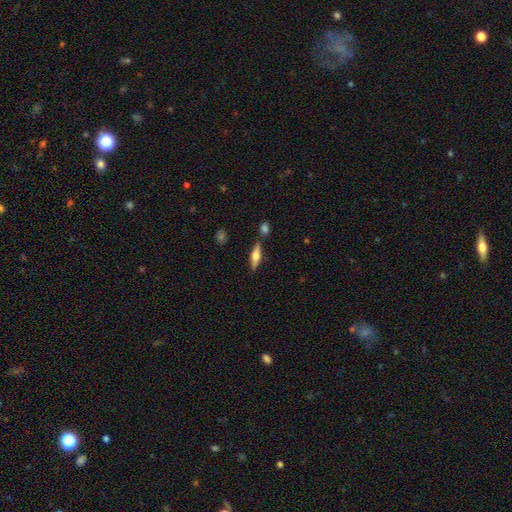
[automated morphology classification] type=featured or disk (55%); edge-on=yes (95%); edge-on bulge=rounded (87%); merging=none (77%).